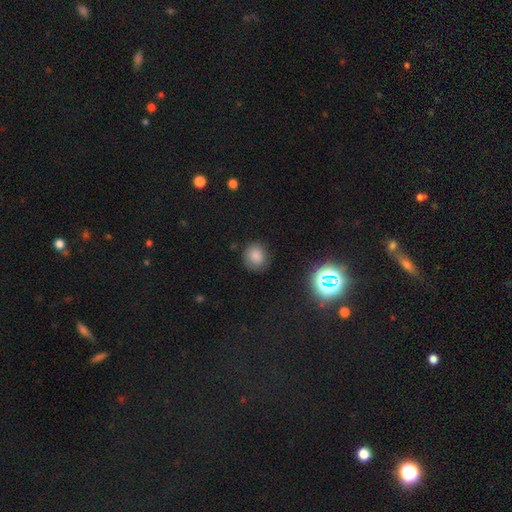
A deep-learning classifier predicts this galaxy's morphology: Smooth or featured: smooth — 79% (star or artifact — 15%)
How rounded: round — 79% (in between — 20%)
Merging: none — 82% (minor disturbance — 13%)